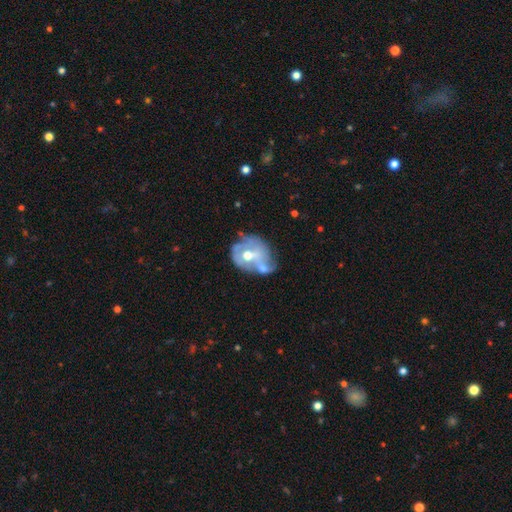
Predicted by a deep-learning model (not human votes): featured or disk 68%, smooth 23%, star or artifact 9%. Down the decision tree: edge-on disk — no (97%); bar — no (60%); spiral arms — yes (51%); bulge size — moderate (71%); merging — merger (39%).